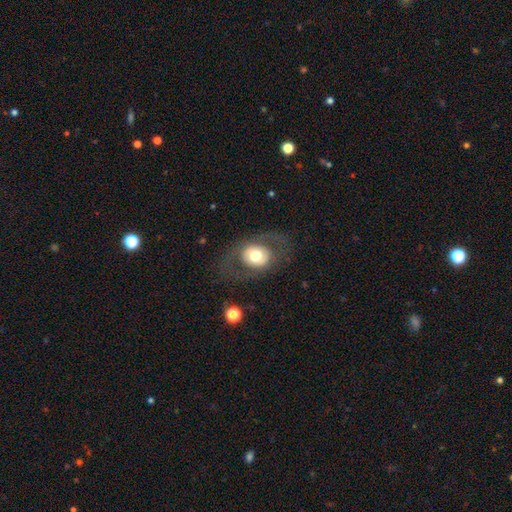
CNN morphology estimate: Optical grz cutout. It shows a smooth galaxy with no disk features (51%) that is round (50%). Merging: none (72%).